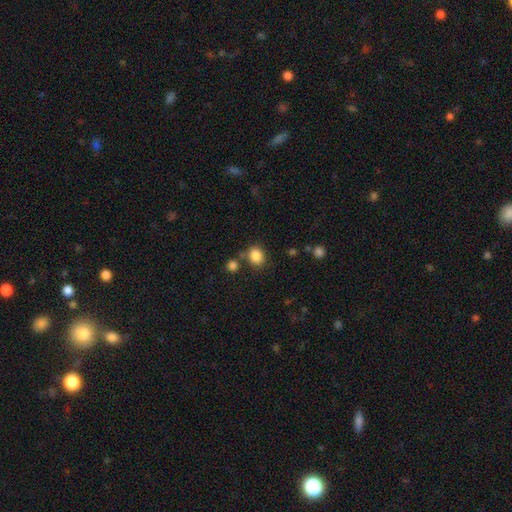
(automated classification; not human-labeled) smooth-or-featured: smooth: 85% | star or artifact: 10% | featured or disk: 5%
  how-rounded: round: 60% | in between: 39% | cigar-shaped: 1%
  merging: none: 70% | merger: 13% | minor disturbance: 13% | major disturbance: 4%